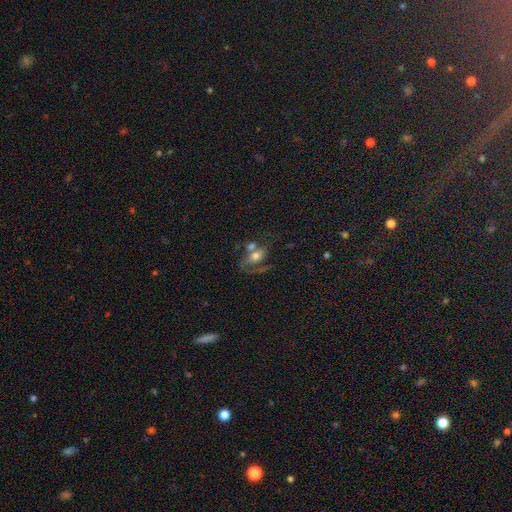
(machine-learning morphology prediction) Smooth or featured? featured or disk (47%)
Merging? merger (41%)